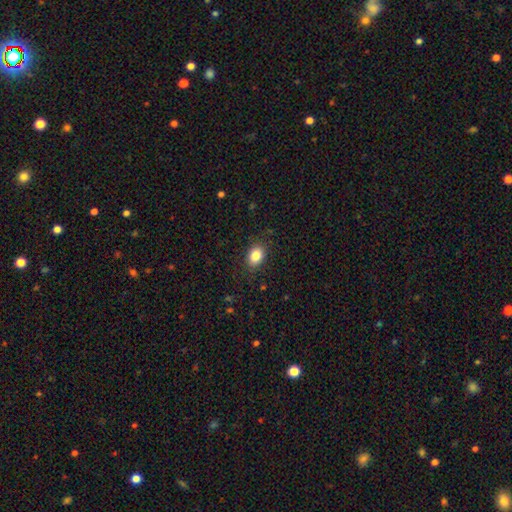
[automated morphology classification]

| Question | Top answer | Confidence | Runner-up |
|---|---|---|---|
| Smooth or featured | smooth | 85% | star or artifact (9%) |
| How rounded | in between | 74% | round (25%) |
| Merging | none | 85% | minor disturbance (11%) |